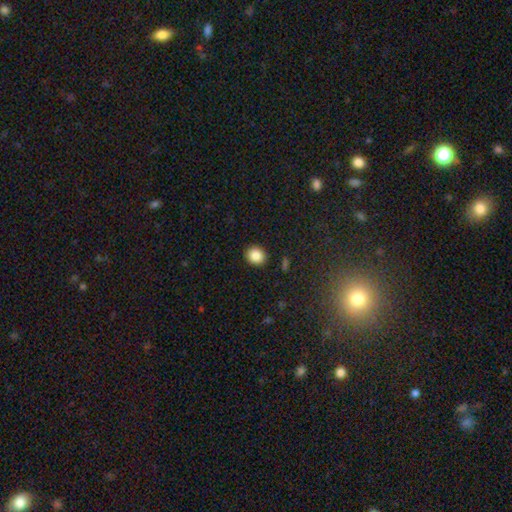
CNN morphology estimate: This appears to be a smooth galaxy with no disk features (86%) that is round (74%). Merging: none (91%).